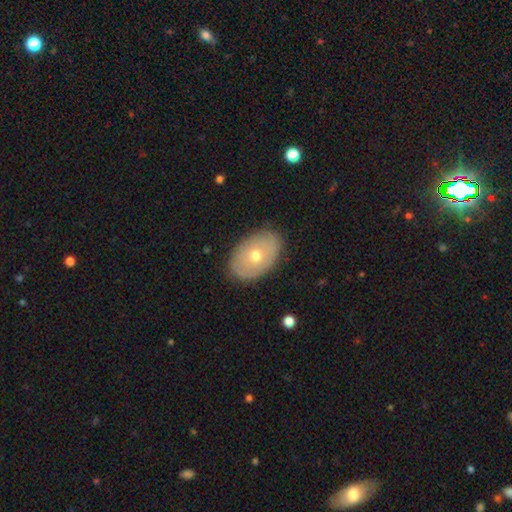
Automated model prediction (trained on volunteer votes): Smooth or featured?
  - smooth: 57% *
  - featured or disk: 36%
  - star or artifact: 7%
How rounded?
  - in between: 86% *
  - round: 13%
  - cigar-shaped: 1%
Merging?
  - none: 85% *
  - minor disturbance: 11%
  - major disturbance: 3%
  - merger: 1%